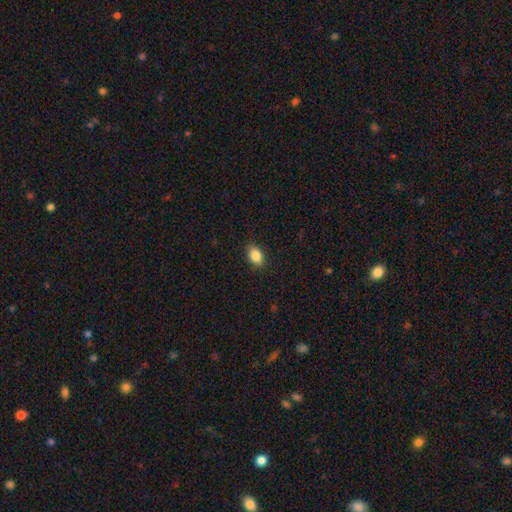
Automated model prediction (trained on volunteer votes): smooth-or-featured: smooth: 88% | star or artifact: 8% | featured or disk: 4%
  how-rounded: in between: 87% | round: 11% | cigar-shaped: 2%
  merging: none: 87% | minor disturbance: 9% | major disturbance: 2% | merger: 1%